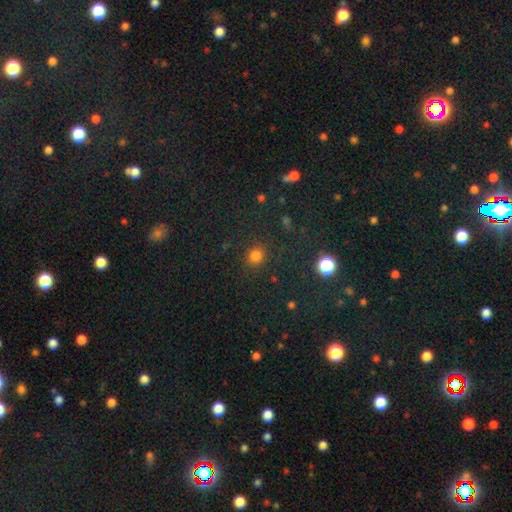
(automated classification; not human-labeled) A smooth galaxy with no disk features (76%) that is round (77%). Merging: none (83%).